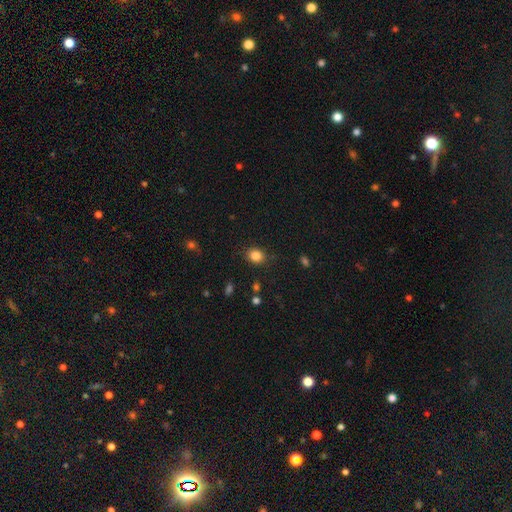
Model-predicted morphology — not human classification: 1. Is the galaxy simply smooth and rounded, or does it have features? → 84% smooth, 11% star or artifact, 5% featured or disk.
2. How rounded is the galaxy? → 61% round, 38% in between, 1% cigar-shaped.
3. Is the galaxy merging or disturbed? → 85% none, 11% minor disturbance, 3% major disturbance, 2% merger.